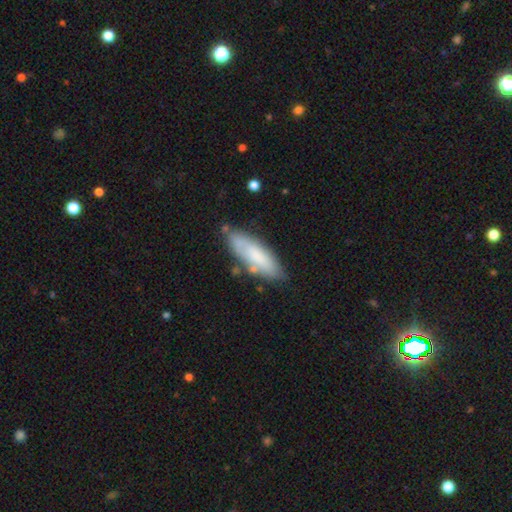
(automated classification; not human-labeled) Smooth or featured: smooth — 70% (featured or disk — 23%)
How rounded: in between — 54% (cigar-shaped — 44%)
Merging: none — 70% (minor disturbance — 20%)